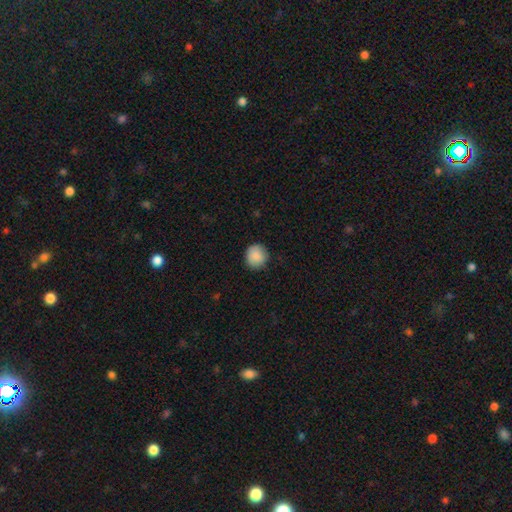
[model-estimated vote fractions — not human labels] Smooth or featured: smooth — 89% (star or artifact — 8%)
How rounded: round — 91% (in between — 8%)
Merging: none — 87% (minor disturbance — 10%)